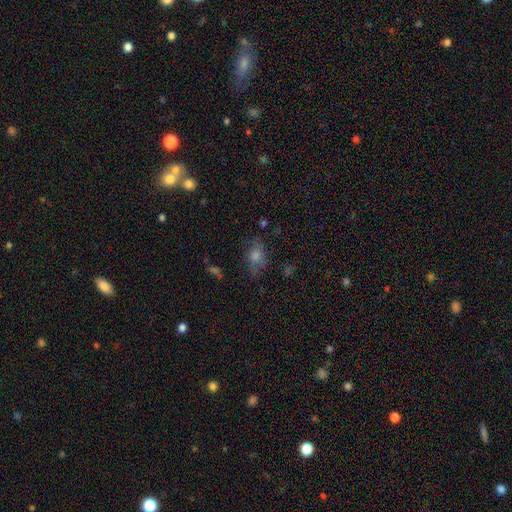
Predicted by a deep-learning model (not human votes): Smooth or featured: smooth — 49% (featured or disk — 29%)
Merging: none — 67% (minor disturbance — 20%)